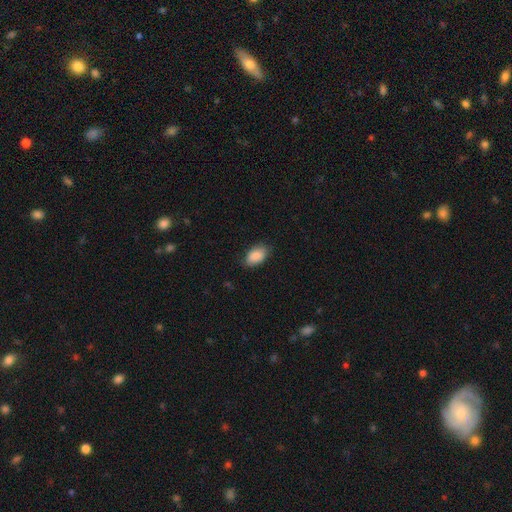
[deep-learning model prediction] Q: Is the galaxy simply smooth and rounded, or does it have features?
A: smooth — 89%.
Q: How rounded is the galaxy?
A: in between — 92%.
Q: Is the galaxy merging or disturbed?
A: none — 79%.